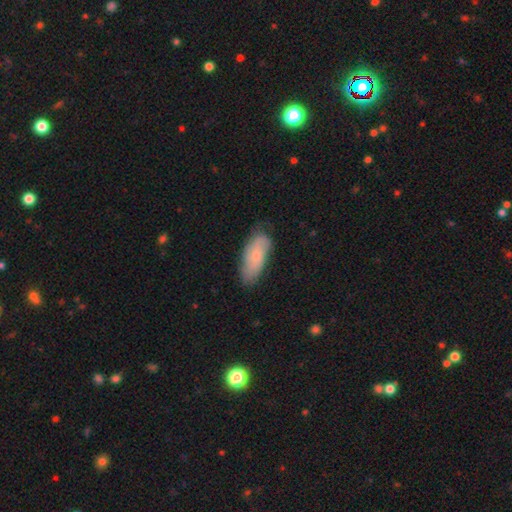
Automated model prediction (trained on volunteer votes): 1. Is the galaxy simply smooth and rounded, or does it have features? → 58% smooth, 35% featured or disk, 6% star or artifact.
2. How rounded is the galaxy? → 81% in between, 17% cigar-shaped, 2% round.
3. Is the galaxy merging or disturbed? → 67% none, 26% minor disturbance, 6% major disturbance, 1% merger.